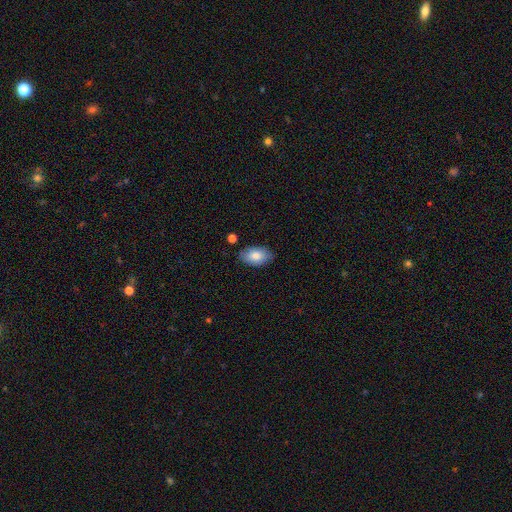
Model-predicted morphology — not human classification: smooth_or_featured: smooth (p=0.82) [alt: featured or disk p=0.12]
how_rounded: in between (p=0.93) [alt: round p=0.06]
merging: none (p=0.82) [alt: minor disturbance p=0.14]